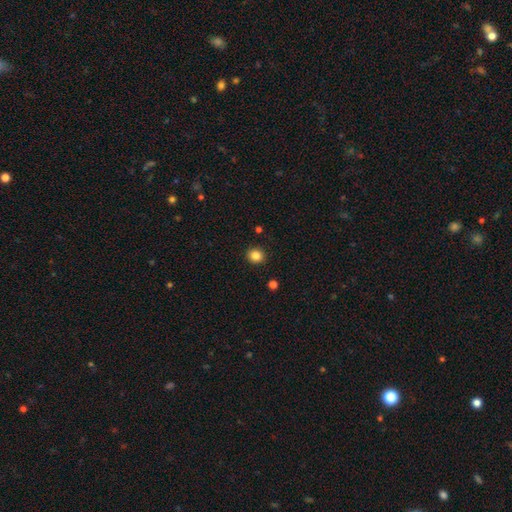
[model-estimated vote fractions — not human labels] A smooth galaxy with no disk features (84%) that is round (83%). Merging: none (91%).